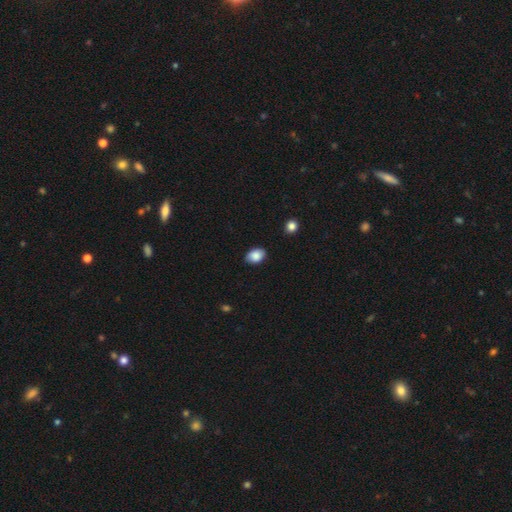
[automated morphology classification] Q: Smooth or featured?
A: smooth (87%); runner-up: star or artifact (8%)
Q: How rounded?
A: in between (77%); runner-up: round (22%)
Q: Merging?
A: none (84%); runner-up: minor disturbance (12%)